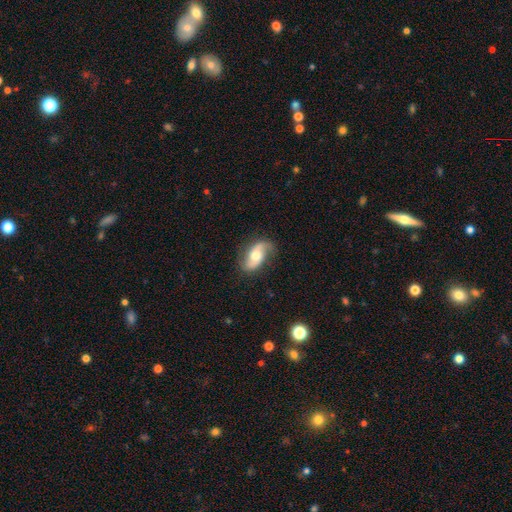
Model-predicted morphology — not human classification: A featured or disk galaxy (75%) with no bar (56%), 2 (91%) loose (64%) spiral arms (92%) and a moderate central bulge (68%). Merging: none (77%).